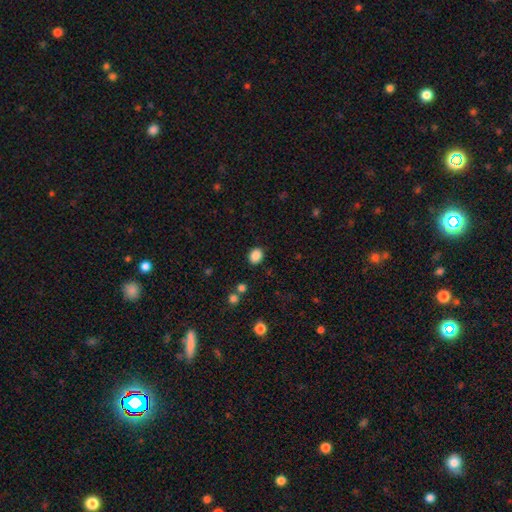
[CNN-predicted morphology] A smooth galaxy with no disk features (87%) that is round (50%). Merging: none (88%).